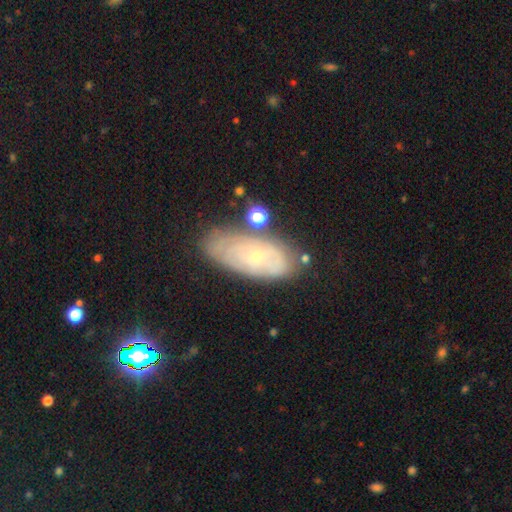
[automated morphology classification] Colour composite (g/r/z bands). It shows a featured or disk galaxy (62%) with no bar (77%), spiral arms (75%) and a small central bulge (78%). Merging: none (66%).